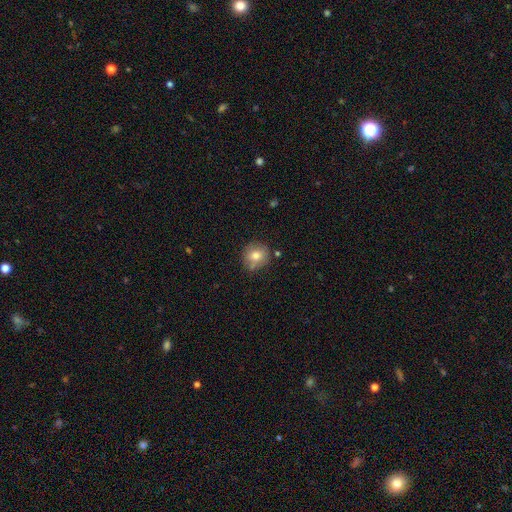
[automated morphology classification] A smooth galaxy with no disk features (75%) that is round (86%). Merging: none (72%).